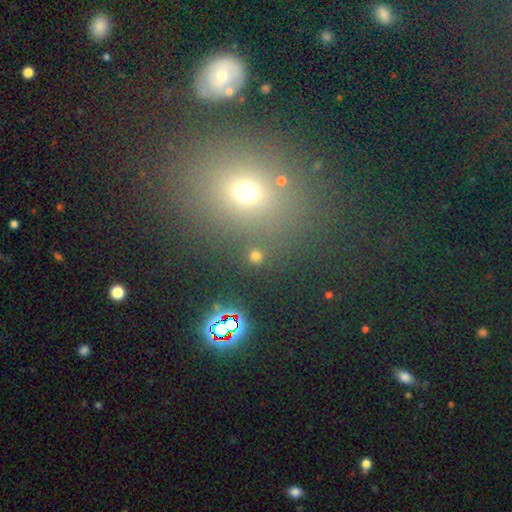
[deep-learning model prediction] This is possibly a smooth galaxy (55%). How rounded: likely round (69%). Merging: clearly none (80%).